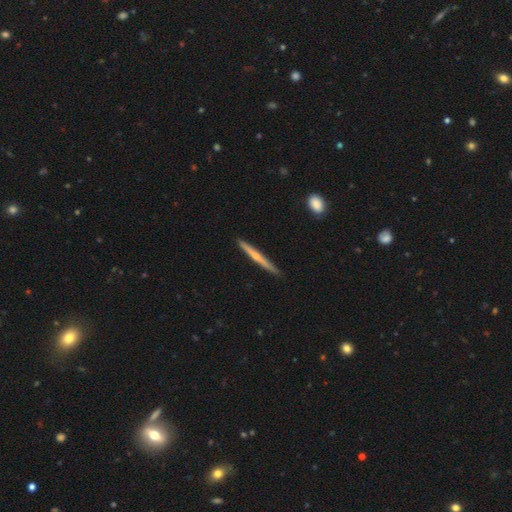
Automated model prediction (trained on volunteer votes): Morphology: type=featured or disk (66%); edge-on=yes (97%); edge-on bulge=rounded (72%); merging=none (89%).